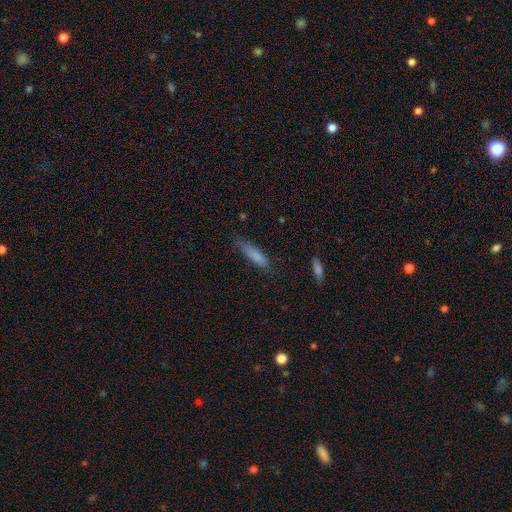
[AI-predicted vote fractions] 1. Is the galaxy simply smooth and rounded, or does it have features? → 80% smooth, 13% featured or disk, 7% star or artifact.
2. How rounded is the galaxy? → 81% cigar-shaped, 17% in between, 1% round.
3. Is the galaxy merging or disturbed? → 73% none, 21% minor disturbance, 4% major disturbance, 2% merger.